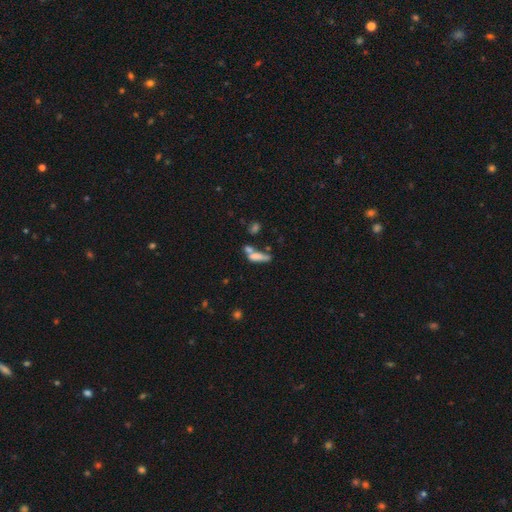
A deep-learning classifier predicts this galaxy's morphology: This appears to be a smooth galaxy with no disk features (66%) that is cigar-shaped (55%). Merging: merger (40%).